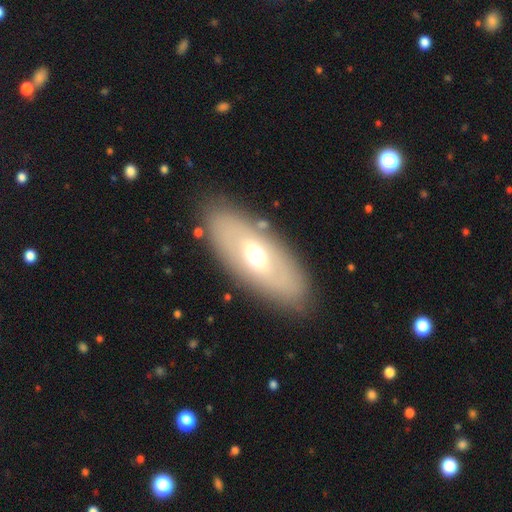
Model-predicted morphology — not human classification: Overall: smooth (50%; featured or disk 42%). Merging: none (82%).